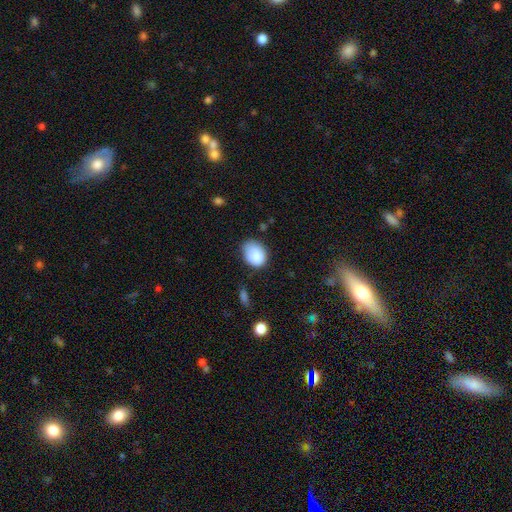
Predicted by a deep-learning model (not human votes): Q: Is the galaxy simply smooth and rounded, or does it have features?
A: smooth — 86%.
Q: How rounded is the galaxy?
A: in between — 63%.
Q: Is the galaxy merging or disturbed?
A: none — 56%.